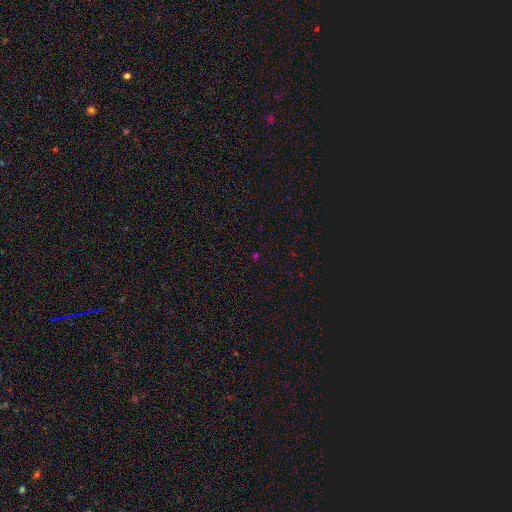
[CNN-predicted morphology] Smooth or featured? star or artifact (58%)